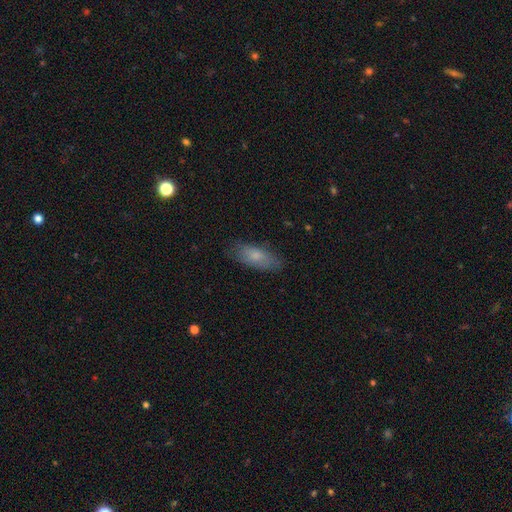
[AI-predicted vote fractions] Smooth or featured? Predicted: smooth (p=0.75). How rounded? Predicted: in between (p=0.76). Merging? Predicted: none (p=0.80).